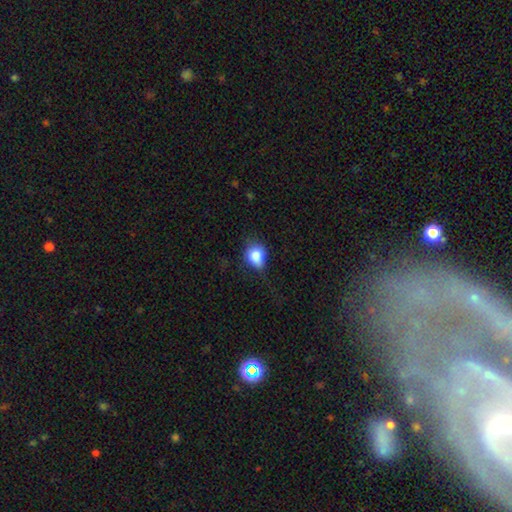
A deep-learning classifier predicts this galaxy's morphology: smooth 84%, star or artifact 9%, featured or disk 7%. Down the decision tree: how rounded — in between (50%); merging — none (50%).